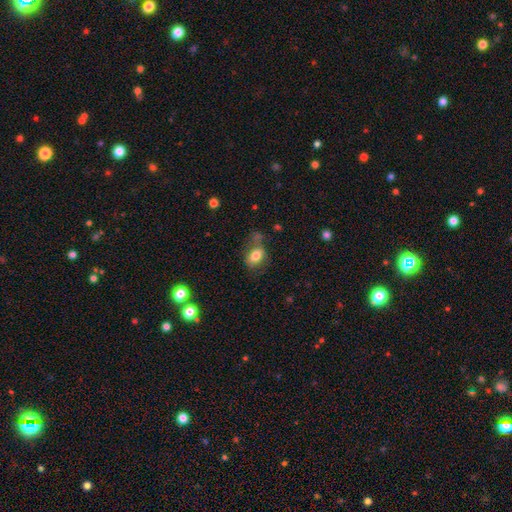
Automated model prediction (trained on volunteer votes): Morphology: type=smooth (78%); roundness=in between (77%); merging=none (56%).